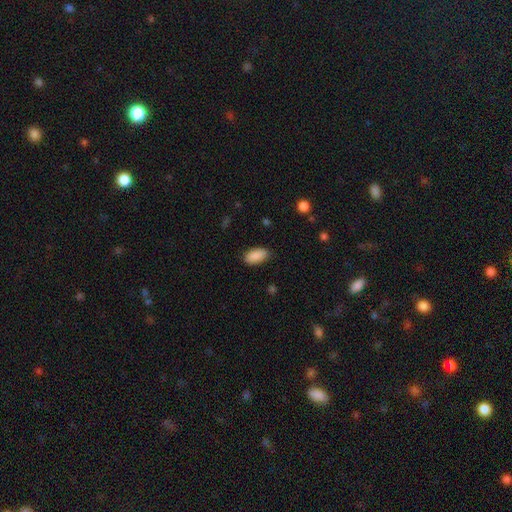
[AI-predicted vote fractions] Smooth or featured: smooth — 90% (star or artifact — 7%)
How rounded: in between — 93% (cigar-shaped — 4%)
Merging: none — 85% (minor disturbance — 12%)